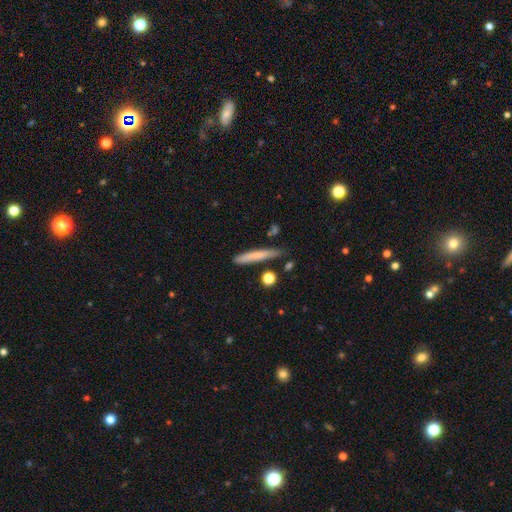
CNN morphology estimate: Smooth or featured?
  - smooth: 71% *
  - featured or disk: 22%
  - star or artifact: 7%
How rounded?
  - cigar-shaped: 94% *
  - in between: 4%
  - round: 2%
Merging?
  - none: 79% *
  - minor disturbance: 14%
  - merger: 3%
  - major disturbance: 3%